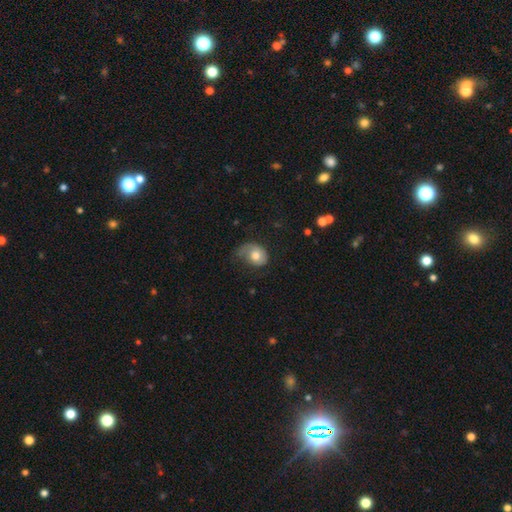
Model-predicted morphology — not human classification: A smooth galaxy with no disk features (62%) that is in between round and cigar-shaped (51%).

Vote fractions:
- Smooth or featured? smooth: 62% / featured or disk: 31% / star or artifact: 7%
- How rounded? in between: 51% / round: 48% / cigar-shaped: 1%
- Merging? none: 35% / minor disturbance: 33% / major disturbance: 30% / merger: 2%